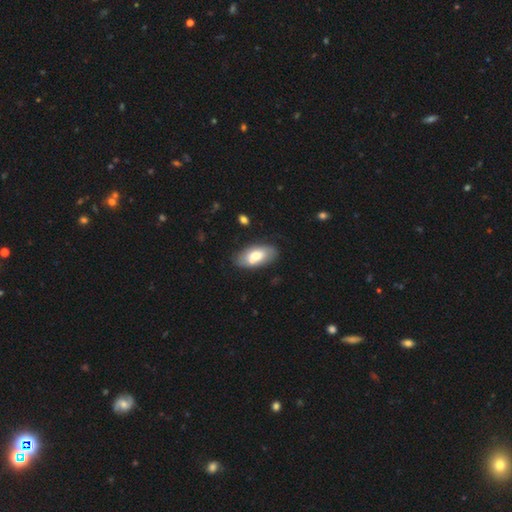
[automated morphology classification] Smooth or featured? Predicted: smooth (p=0.64). How rounded? Predicted: in between (p=0.92). Merging? Predicted: none (p=0.70).